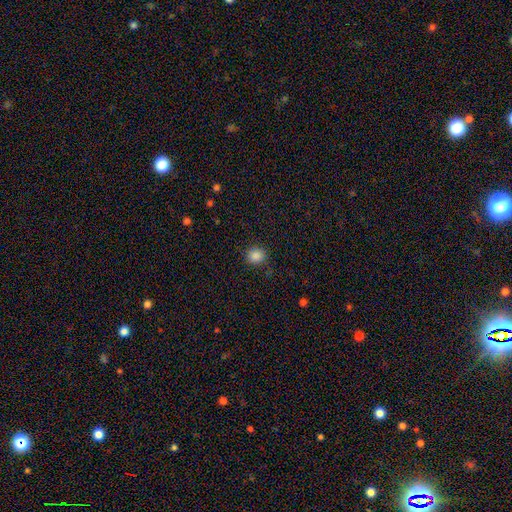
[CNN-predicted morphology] type=smooth (86%); roundness=round (83%); merging=none (87%).